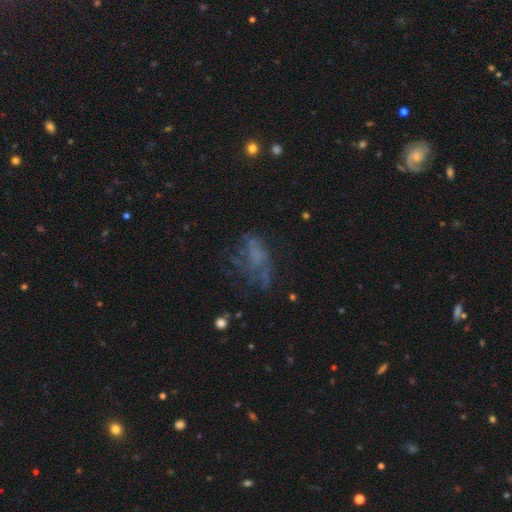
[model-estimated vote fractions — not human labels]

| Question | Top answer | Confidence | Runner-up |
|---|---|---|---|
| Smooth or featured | featured or disk | 49% | smooth (28%) |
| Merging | none | 45% | major disturbance (32%) |